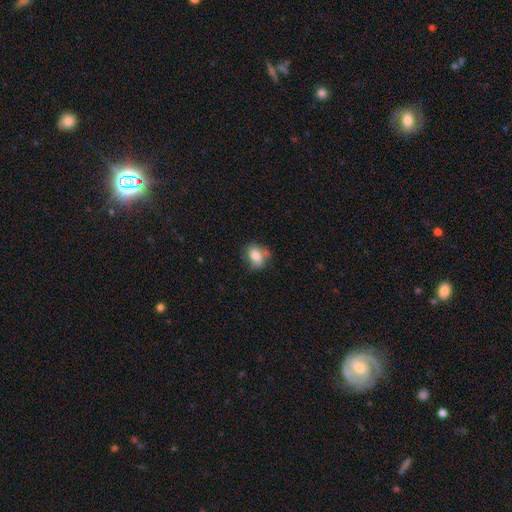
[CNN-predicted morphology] type=smooth (72%); roundness=in between (69%); merging=none (48%).